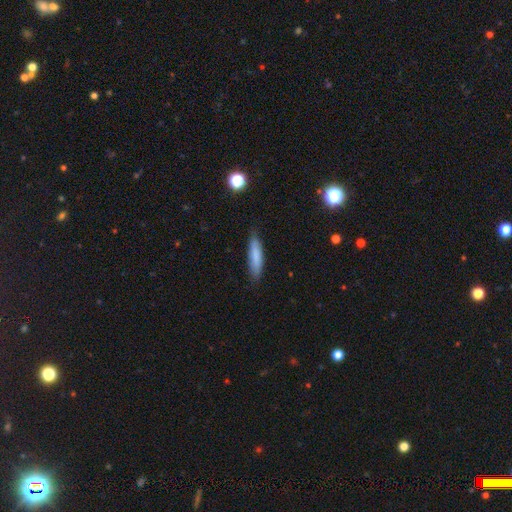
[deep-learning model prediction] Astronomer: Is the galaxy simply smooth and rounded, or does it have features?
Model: smooth — 81%.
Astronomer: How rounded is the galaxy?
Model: cigar-shaped — 78%.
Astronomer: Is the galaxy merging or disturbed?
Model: none — 83%.